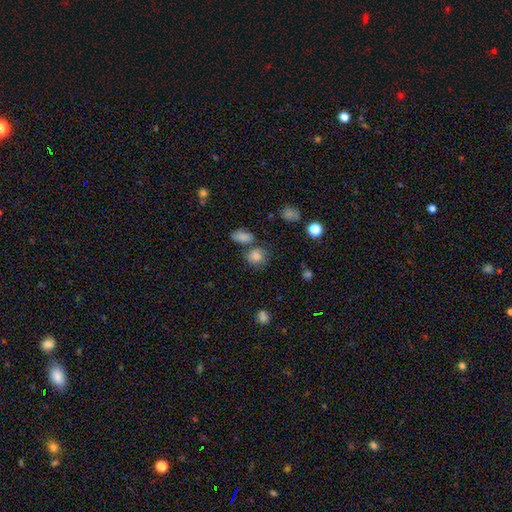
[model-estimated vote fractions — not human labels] smooth 77%, star or artifact 15%, featured or disk 7%. Down the decision tree: how rounded — round (75%); merging — none (61%).